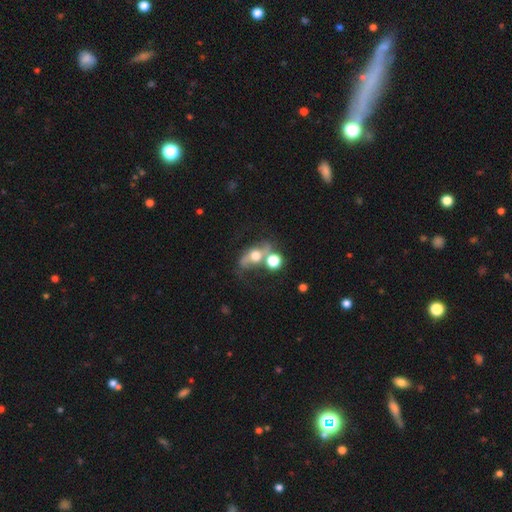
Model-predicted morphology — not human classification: featured or disk 55%, smooth 33%, star or artifact 12%. Down the decision tree: edge-on disk — no (88%); merging — none (45%).